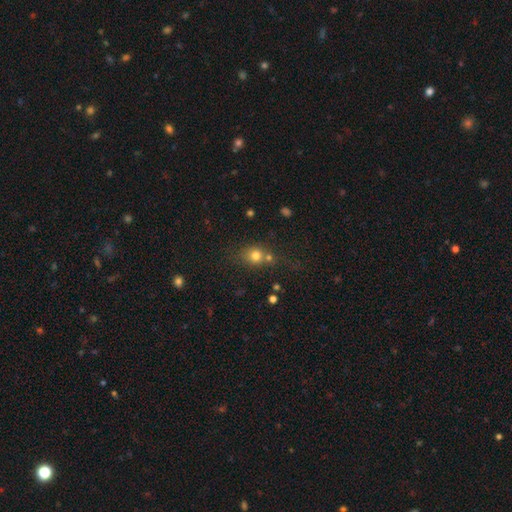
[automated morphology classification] This appears to be a smooth galaxy with no disk features (74%) that is round (74%). Merging: none (53%).